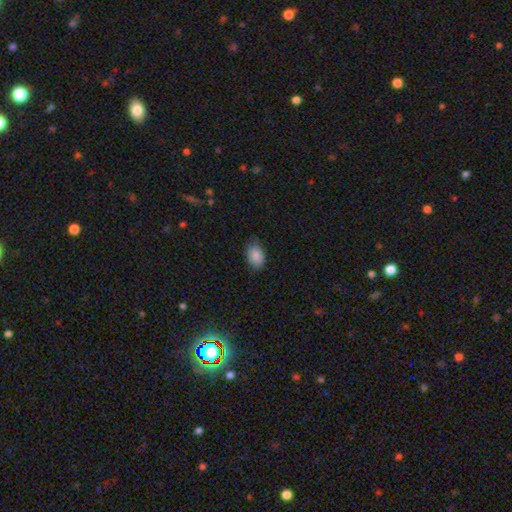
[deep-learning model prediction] Smooth or featured?
  - smooth: 88% *
  - star or artifact: 7%
  - featured or disk: 5%
How rounded?
  - in between: 84% *
  - round: 15%
  - cigar-shaped: 1%
Merging?
  - none: 75% *
  - minor disturbance: 21%
  - major disturbance: 4%
  - merger: 1%